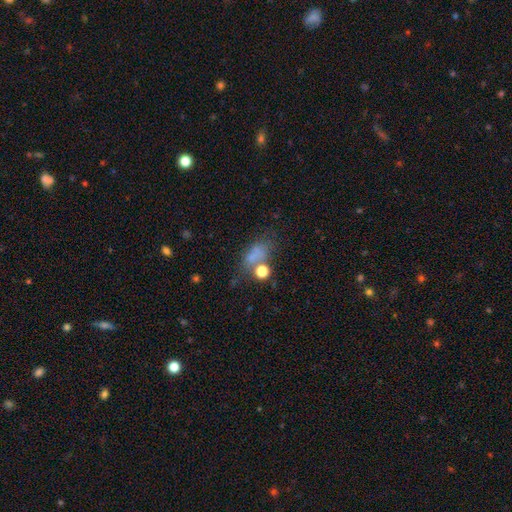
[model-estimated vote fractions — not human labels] Overall: smooth (60%; star or artifact 23%). How rounded: in between (67%). Merging: none (41%; merger 21%).